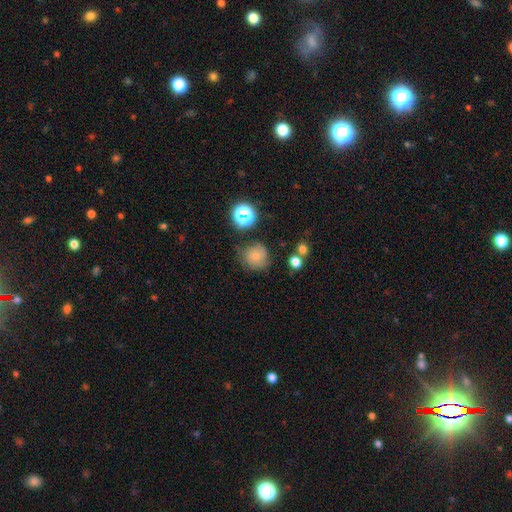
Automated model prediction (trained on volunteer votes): A smooth galaxy with no disk features (69%) that is round (88%). Merging: none (64%).